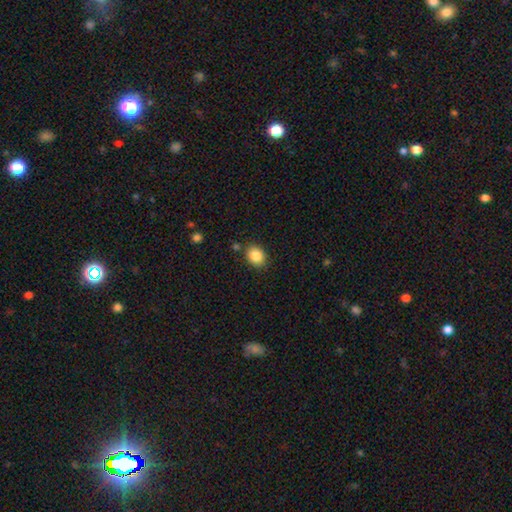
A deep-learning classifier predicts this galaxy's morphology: A smooth galaxy with no disk features (85%) that is in between round and cigar-shaped (54%).

Vote fractions:
- Smooth or featured? smooth: 85% / star or artifact: 9% / featured or disk: 6%
- How rounded? in between: 54% / round: 46% / cigar-shaped: 1%
- Merging? none: 83% / minor disturbance: 11% / merger: 4% / major disturbance: 3%